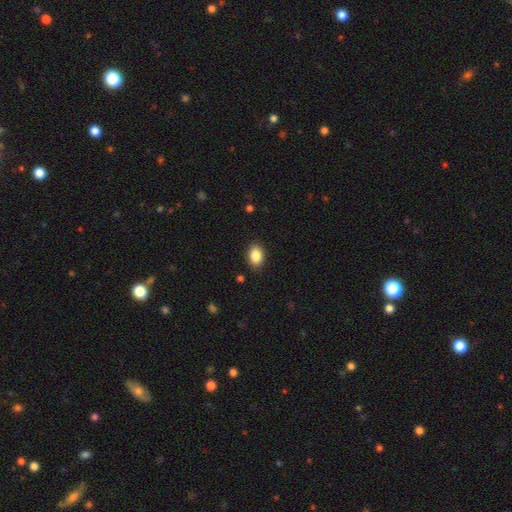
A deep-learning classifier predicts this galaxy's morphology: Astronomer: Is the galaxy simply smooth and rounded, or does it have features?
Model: smooth — 87%.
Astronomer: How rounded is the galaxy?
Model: in between — 82%.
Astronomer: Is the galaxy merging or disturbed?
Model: none — 88%.